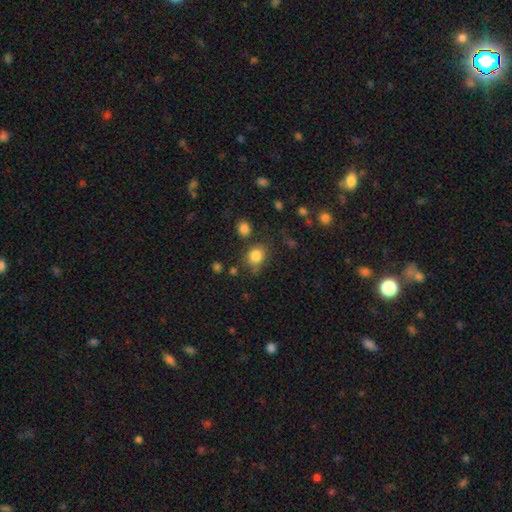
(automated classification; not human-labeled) A smooth galaxy with no disk features (83%) that is round (66%). Merging: none (71%).